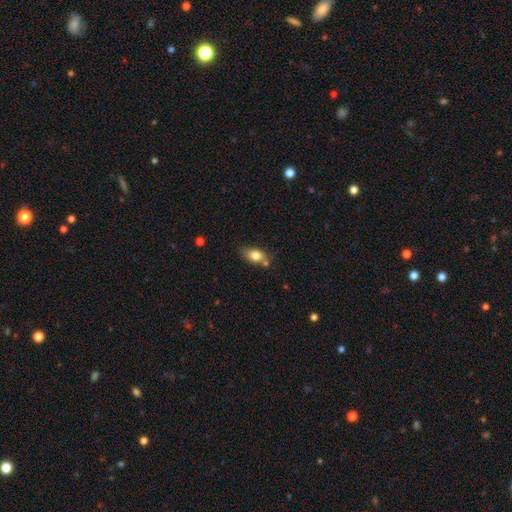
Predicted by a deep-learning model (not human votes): smooth_or_featured: smooth (p=0.78) [alt: featured or disk p=0.13]
how_rounded: in between (p=0.82) [alt: round p=0.13]
merging: none (p=0.64) [alt: minor disturbance p=0.18]